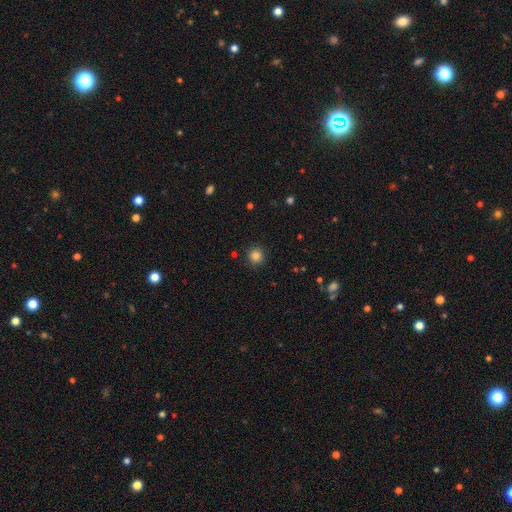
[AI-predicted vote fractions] Smooth or featured? smooth (84%)
How rounded? round (94%)
Merging? none (90%)